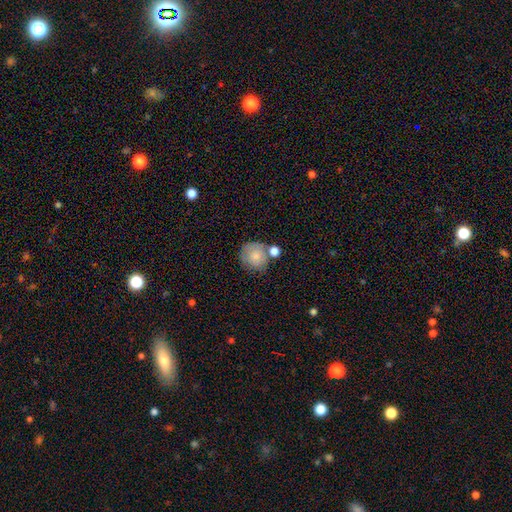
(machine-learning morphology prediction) smooth_or_featured: smooth (p=0.80) [alt: featured or disk p=0.12]
how_rounded: round (p=0.87) [alt: in between p=0.12]
merging: none (p=0.58) [alt: merger p=0.20]